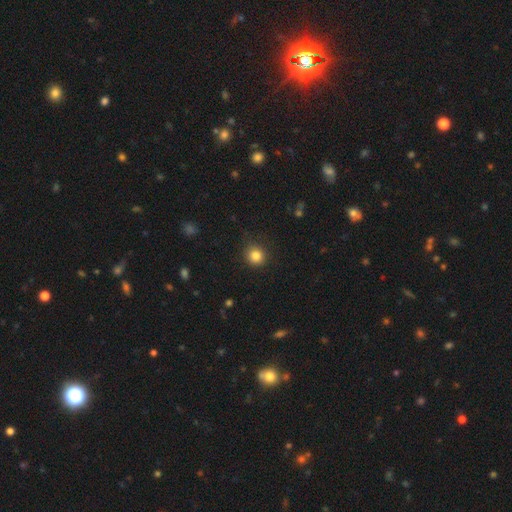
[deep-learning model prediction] smooth 83%, star or artifact 12%, featured or disk 5%. Down the decision tree: how rounded — round (90%); merging — none (86%).